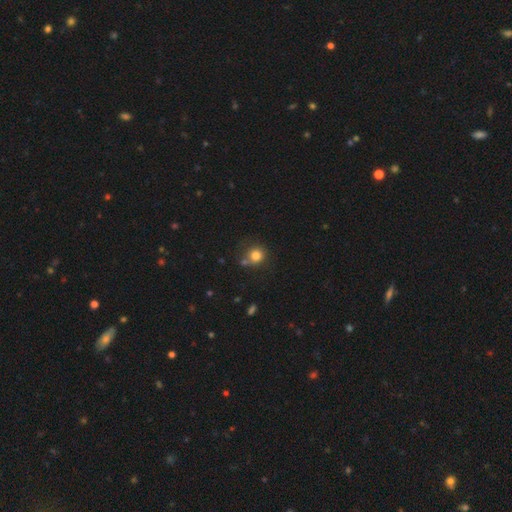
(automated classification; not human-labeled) Smooth or featured?
  - smooth: 80% *
  - star or artifact: 12%
  - featured or disk: 8%
How rounded?
  - round: 88% *
  - in between: 11%
  - cigar-shaped: 1%
Merging?
  - none: 65% *
  - merger: 15%
  - minor disturbance: 15%
  - major disturbance: 5%